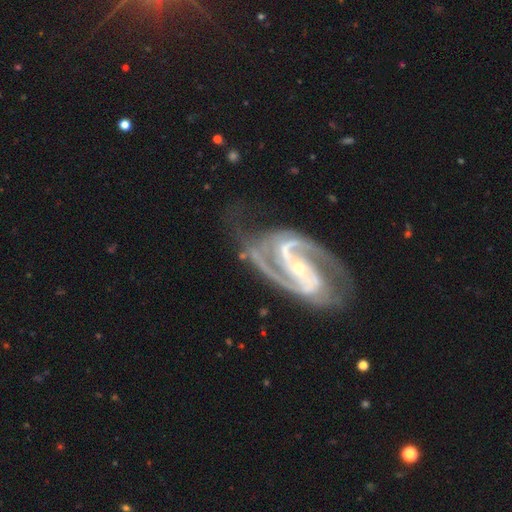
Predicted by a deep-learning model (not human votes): Smooth or featured?
  - featured or disk: 93% *
  - star or artifact: 5%
  - smooth: 2%
Edge-on disk?
  - no: 98% *
  - yes: 2%
Bar?
  - strong: 37% *
  - no: 32%
  - weak: 31%
Spiral arms?
  - yes: 98% *
  - no: 2%
Spiral winding?
  - medium: 57% *
  - tight: 30%
  - loose: 13%
Spiral arm count?
  - 2: 83% *
  - 3: 8%
  - can't tell: 3%
  - 1: 2%
  - 4: 2%
  - more than 4: 2%
Bulge size?
  - small: 71% *
  - moderate: 26%
  - large: 1%
  - none: 1%
  - dominant: 1%
Merging?
  - none: 53% *
  - minor disturbance: 24%
  - major disturbance: 19%
  - merger: 4%